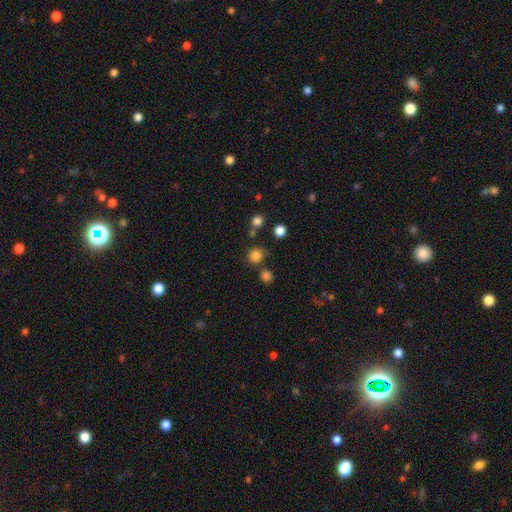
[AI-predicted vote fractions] A smooth galaxy with no disk features (82%) that is round (87%).

Vote fractions:
- Smooth or featured? smooth: 82% / star or artifact: 14% / featured or disk: 4%
- How rounded? round: 87% / in between: 12% / cigar-shaped: 1%
- Merging? none: 75% / merger: 11% / minor disturbance: 10% / major disturbance: 4%